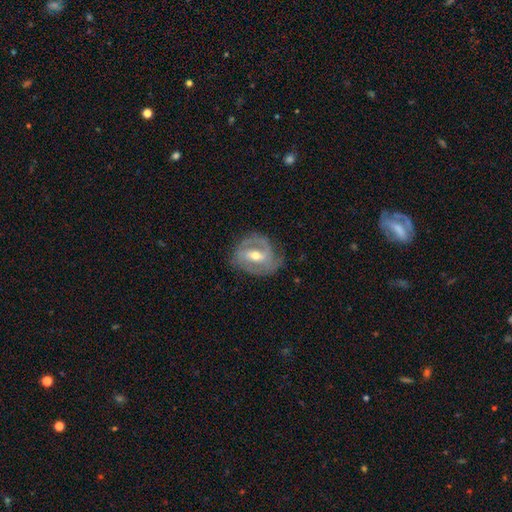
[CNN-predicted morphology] smooth-or-featured: featured or disk: 81% | smooth: 13% | star or artifact: 5%
  disk-edge-on: no: 96% | yes: 4%
    bar: weak: 43% | strong: 39% | no: 18%
    has-spiral-arms: yes: 88% | no: 12%
      spiral-winding: tight: 44% | medium: 42% | loose: 14%
      spiral-arm-count: 2: 67% | can't tell: 14% | 3: 8% | 1: 7% | 4: 2% | more than 4: 2%
    bulge-size: moderate: 67% | small: 29% | large: 3% | none: 1% | dominant: 1%
  merging: none: 70% | minor disturbance: 21% | major disturbance: 8% | merger: 1%